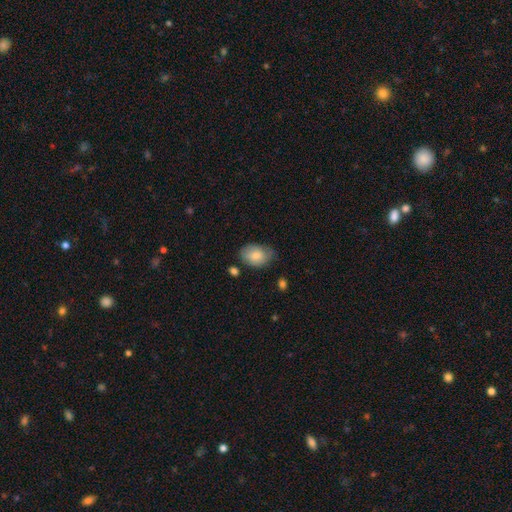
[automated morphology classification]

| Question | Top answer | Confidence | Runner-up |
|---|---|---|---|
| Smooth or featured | smooth | 76% | featured or disk (17%) |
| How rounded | in between | 82% | round (17%) |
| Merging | none | 62% | minor disturbance (29%) |